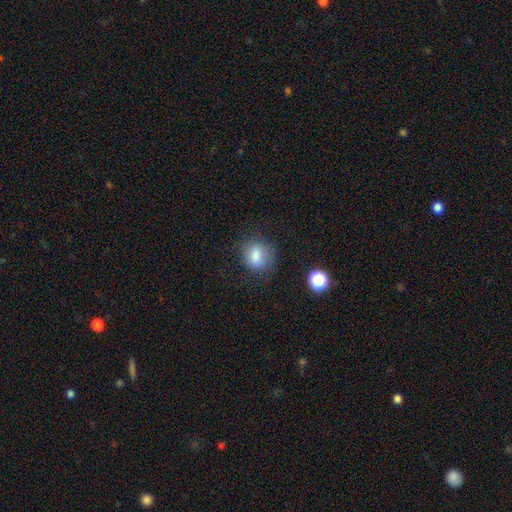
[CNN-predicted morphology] Smooth or featured: smooth — 81% (star or artifact — 11%)
How rounded: round — 56% (in between — 43%)
Merging: none — 76% (minor disturbance — 17%)